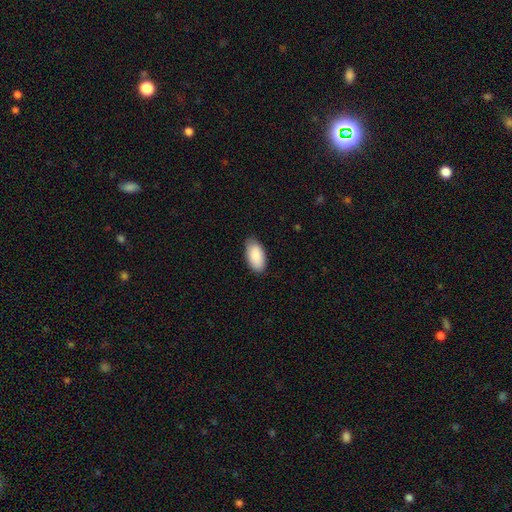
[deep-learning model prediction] The model was most divided on "merging": none: 82%, minor disturbance: 15%, major disturbance: 2%, merger: 1%. More confident: how rounded — in between (95%); smooth or featured — smooth (88%).